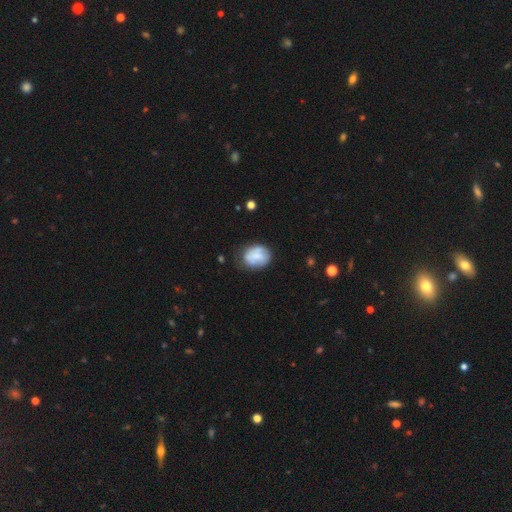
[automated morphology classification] Smooth or featured? Predicted: smooth (p=0.64). How rounded? Predicted: in between (p=0.57). Merging? Predicted: none (p=0.57).